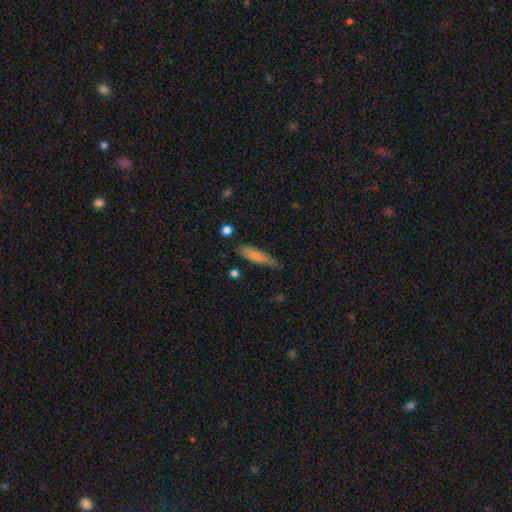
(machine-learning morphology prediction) smooth 71%, featured or disk 22%, star or artifact 7%. Down the decision tree: how rounded — cigar-shaped (73%); merging — none (68%).